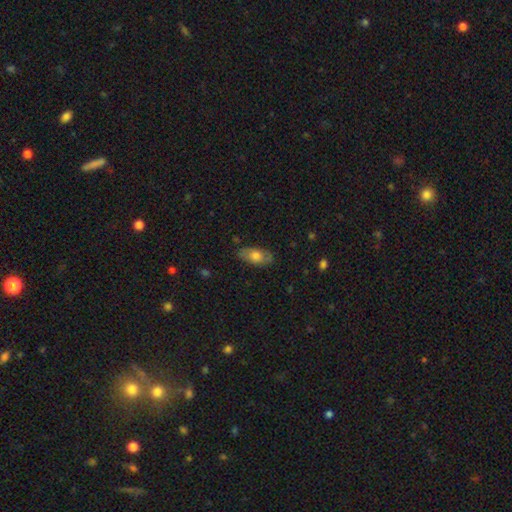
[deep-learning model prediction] Smooth or featured: smooth — 67% (featured or disk — 27%)
How rounded: in between — 87% (cigar-shaped — 8%)
Merging: none — 78% (minor disturbance — 17%)